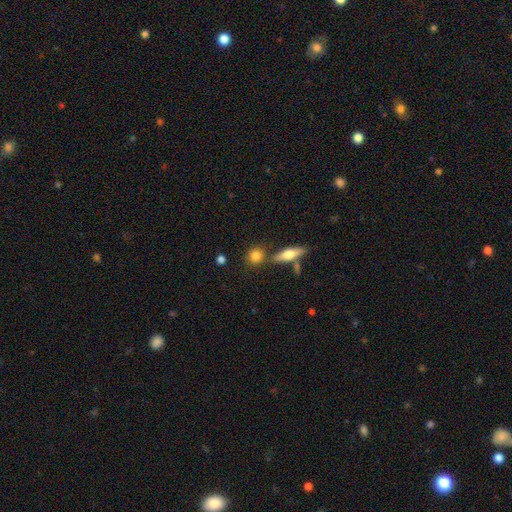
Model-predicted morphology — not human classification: The model was most divided on "merging": none: 71%, merger: 16%, minor disturbance: 10%, major disturbance: 3%. More confident: smooth or featured — smooth (80%); how rounded — round (76%).